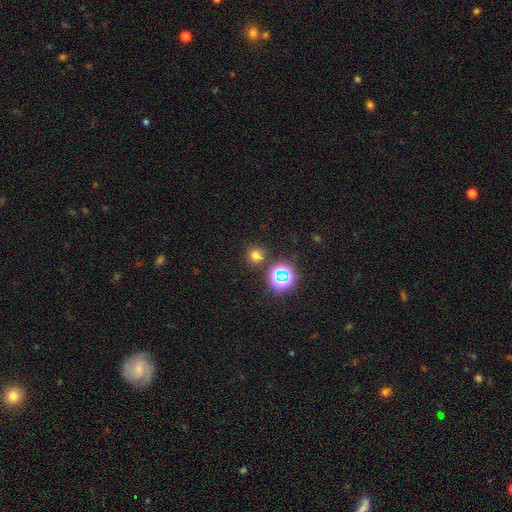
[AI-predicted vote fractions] Smooth or featured? smooth (67%)
How rounded? round (92%)
Merging? none (84%)